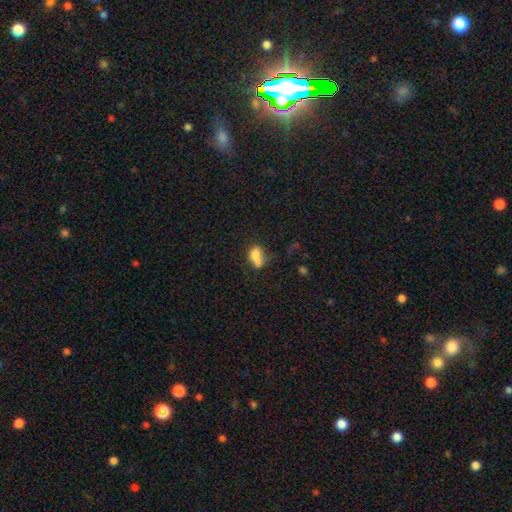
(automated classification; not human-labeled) Smooth or featured: smooth — 73% (featured or disk — 17%)
How rounded: in between — 69% (round — 27%)
Merging: merger — 42% (none — 27%)